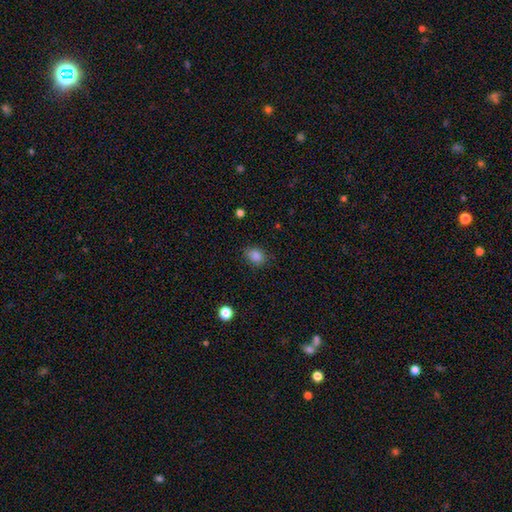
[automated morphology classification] A smooth galaxy with no disk features (85%) that is in between round and cigar-shaped (50%).

Vote fractions:
- Smooth or featured? smooth: 85% / star or artifact: 11% / featured or disk: 4%
- How rounded? in between: 50% / round: 49% / cigar-shaped: 1%
- Merging? none: 80% / minor disturbance: 15% / major disturbance: 4% / merger: 1%